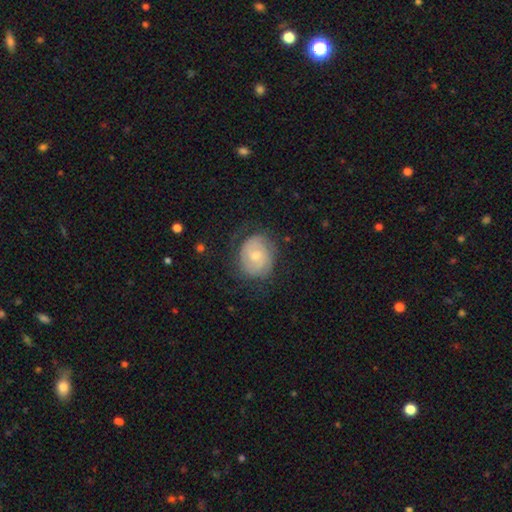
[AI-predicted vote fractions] The model was most divided on "bulge size": small: 48%, moderate: 47%, large: 2%, none: 1%, dominant: 1%. More confident: edge-on disk — no (97%); spiral arms — yes (76%); bar — no (73%); merging — none (67%); smooth or featured — featured or disk (55%).